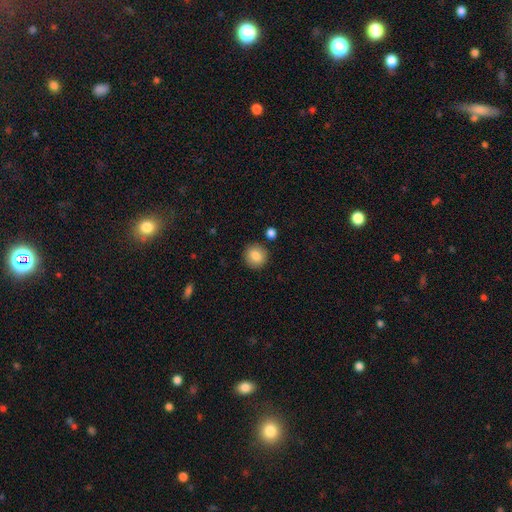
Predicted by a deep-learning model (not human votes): Morphology: type=smooth (84%); roundness=round (91%); merging=none (89%).